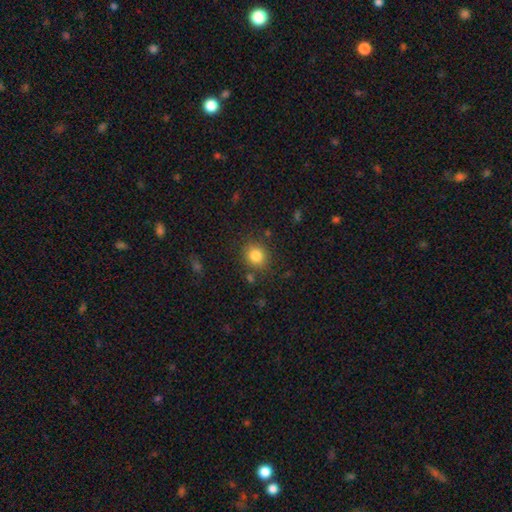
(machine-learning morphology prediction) Smooth or featured? Predicted: smooth (p=0.83). How rounded? Predicted: round (p=0.81). Merging? Predicted: none (p=0.84).